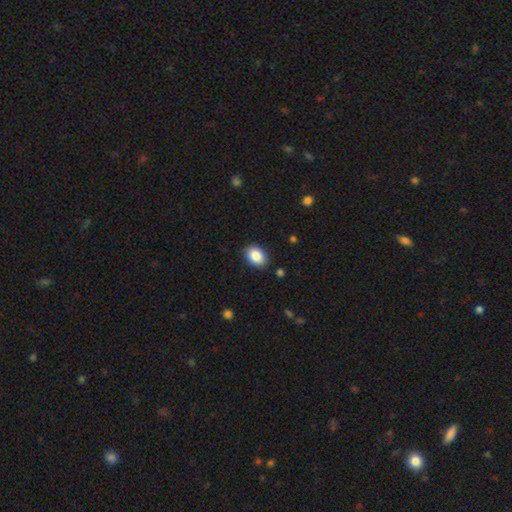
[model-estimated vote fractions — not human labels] This is clearly a smooth galaxy (87%). How rounded: likely in between (79%). Merging: clearly none (88%).